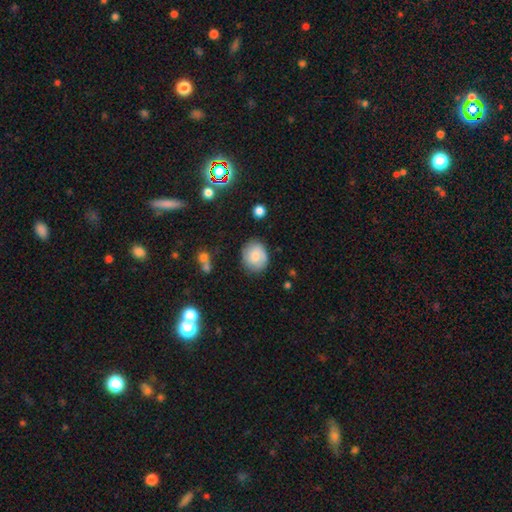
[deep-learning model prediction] Smooth or featured?
  - smooth: 67% *
  - featured or disk: 25%
  - star or artifact: 8%
How rounded?
  - round: 64% *
  - in between: 35%
  - cigar-shaped: 1%
Merging?
  - none: 77% *
  - minor disturbance: 17%
  - major disturbance: 4%
  - merger: 2%